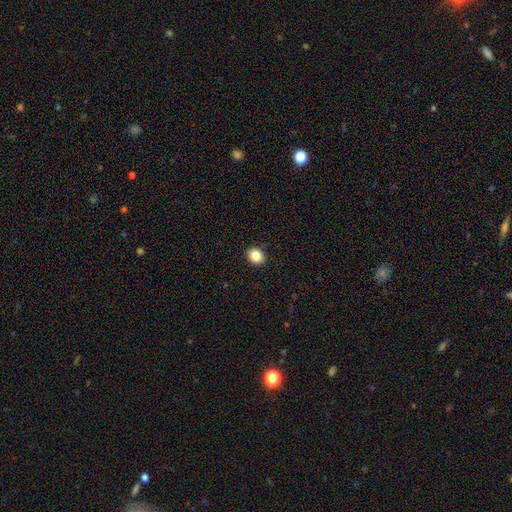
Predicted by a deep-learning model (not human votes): Overall: smooth (85%). How rounded: round (62%; in between 37%). Merging: none (92%).